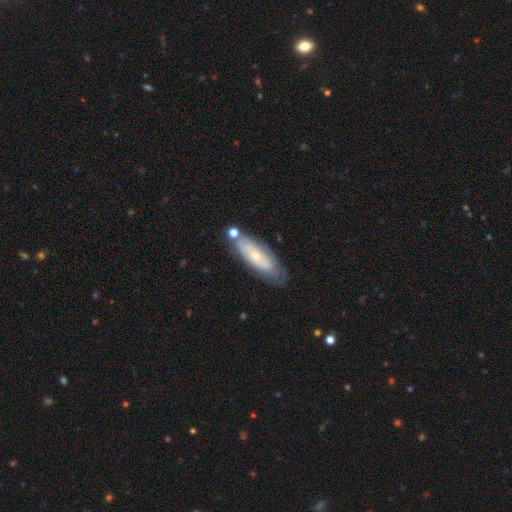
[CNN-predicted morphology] This is possibly a smooth galaxy (48%). Merging: likely none (65%).